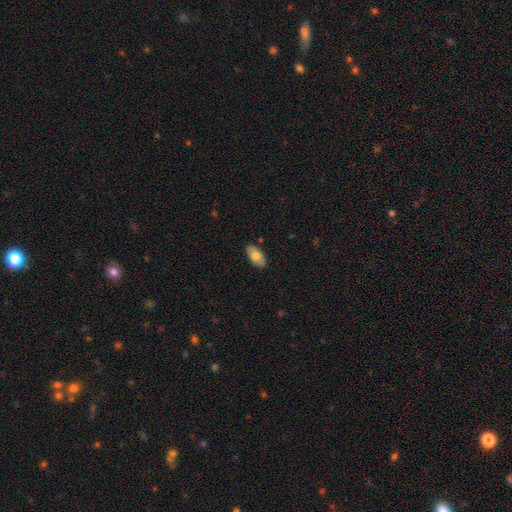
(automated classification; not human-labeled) Morphology: type=smooth (74%); roundness=in between (94%); merging=none (87%).